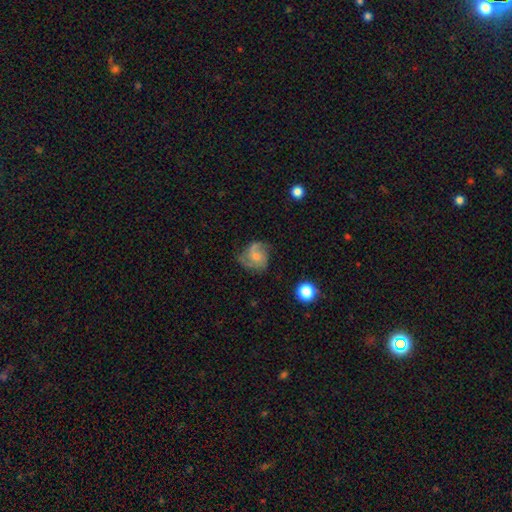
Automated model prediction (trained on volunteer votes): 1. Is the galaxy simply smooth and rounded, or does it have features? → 64% featured or disk, 28% smooth, 8% star or artifact.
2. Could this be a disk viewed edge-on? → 98% no, 2% yes.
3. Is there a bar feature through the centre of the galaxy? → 70% no, 26% weak, 4% strong.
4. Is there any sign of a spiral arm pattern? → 90% yes, 10% no.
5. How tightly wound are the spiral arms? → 47% medium, 29% tight, 23% loose.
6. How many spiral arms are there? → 49% 2, 20% 3, 16% can't tell, 8% 1, 3% 4, 3% more than 4.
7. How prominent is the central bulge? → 49% small, 35% moderate, 11% none, 3% large, 1% dominant.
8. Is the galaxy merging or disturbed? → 57% none, 25% minor disturbance, 16% major disturbance, 3% merger.